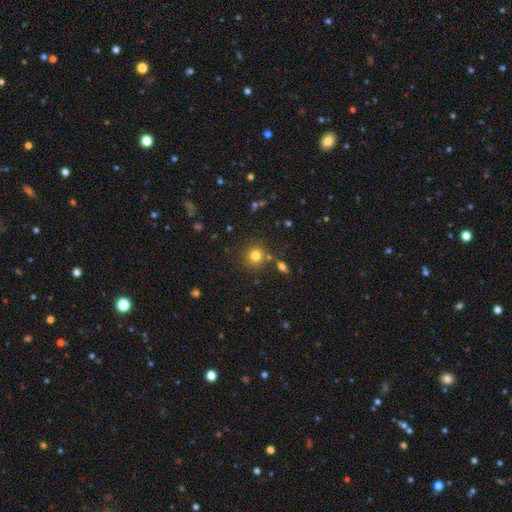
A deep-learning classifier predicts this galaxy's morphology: Overall: smooth (78%). How rounded: round (90%). Merging: none (80%).